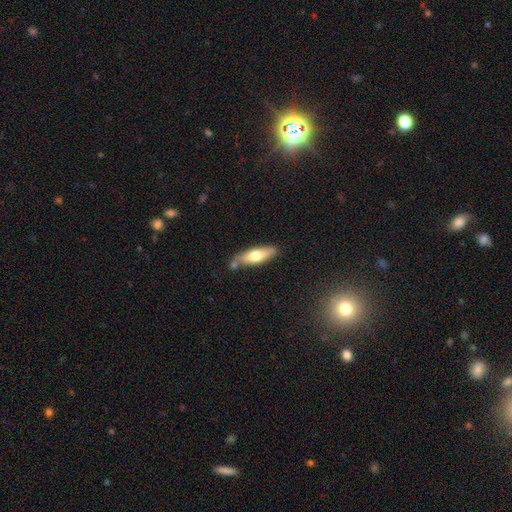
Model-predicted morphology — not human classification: smooth 62%, featured or disk 33%, star or artifact 6%. Down the decision tree: how rounded — in between (51%); merging — none (67%).